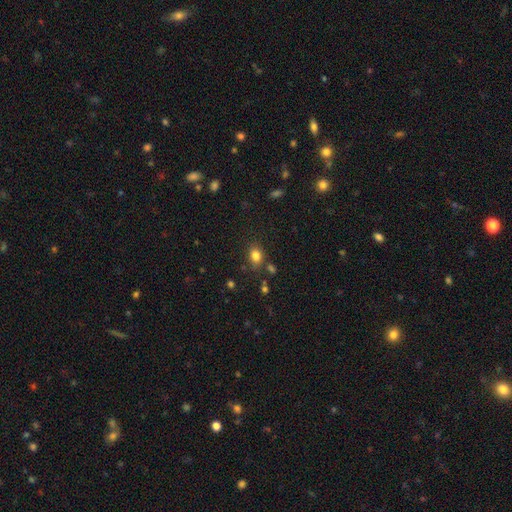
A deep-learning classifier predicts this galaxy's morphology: Smooth or featured: smooth — 82% (star or artifact — 12%)
How rounded: in between — 60% (round — 39%)
Merging: none — 76% (minor disturbance — 14%)